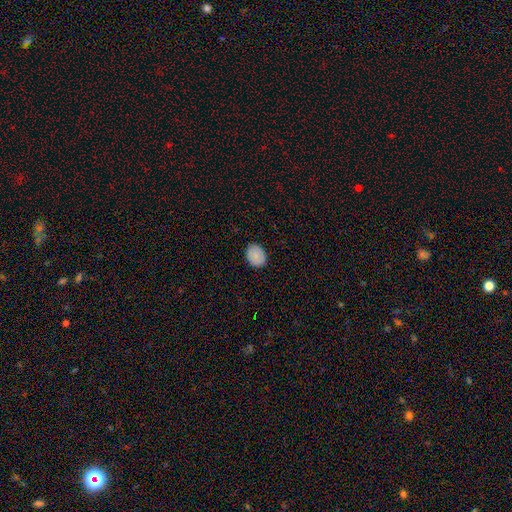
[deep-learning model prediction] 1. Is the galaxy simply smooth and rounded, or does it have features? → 88% smooth, 8% star or artifact, 4% featured or disk.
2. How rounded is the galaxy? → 52% in between, 47% round, 1% cigar-shaped.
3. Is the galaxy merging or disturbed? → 89% none, 9% minor disturbance, 2% major disturbance, 1% merger.